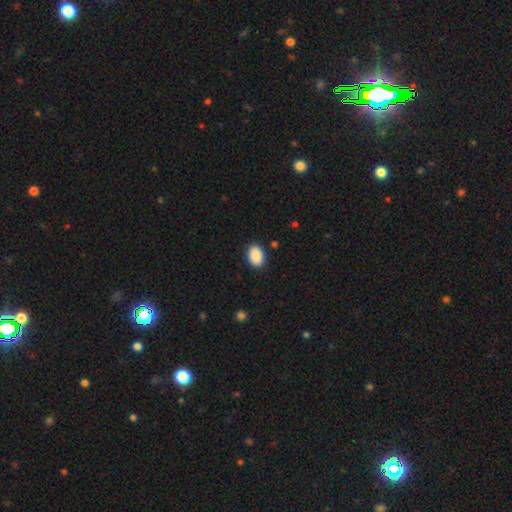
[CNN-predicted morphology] A smooth galaxy with no disk features (90%) that is in between round and cigar-shaped (83%).

Vote fractions:
- Smooth or featured? smooth: 90% / star or artifact: 7% / featured or disk: 3%
- How rounded? in between: 83% / round: 15% / cigar-shaped: 1%
- Merging? none: 89% / minor disturbance: 8% / major disturbance: 2% / merger: 1%